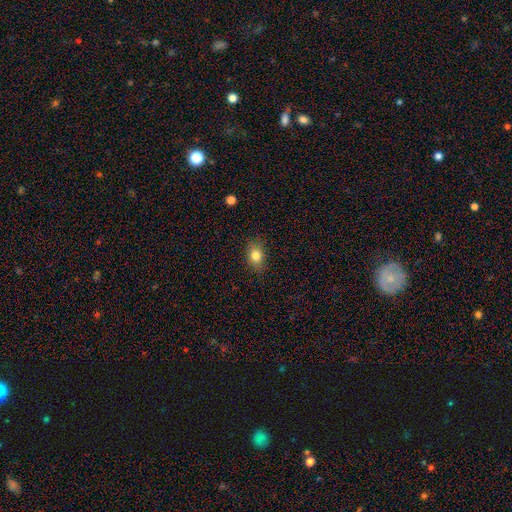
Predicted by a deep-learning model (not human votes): A smooth galaxy with no disk features (81%) that is in between round and cigar-shaped (74%). Merging: none (84%).